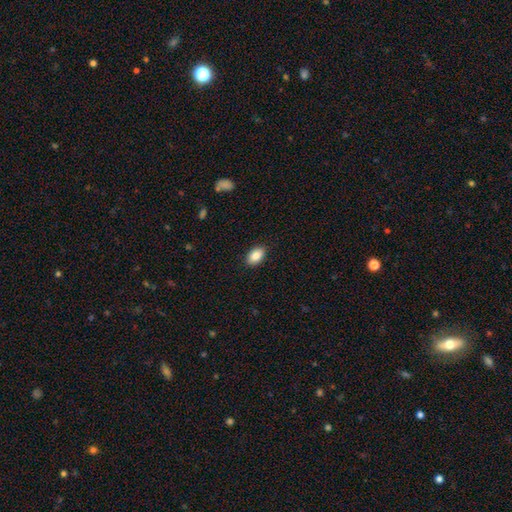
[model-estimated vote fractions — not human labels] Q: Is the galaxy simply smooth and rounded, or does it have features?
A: smooth — 87%.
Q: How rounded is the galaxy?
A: in between — 91%.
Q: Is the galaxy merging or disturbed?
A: none — 89%.